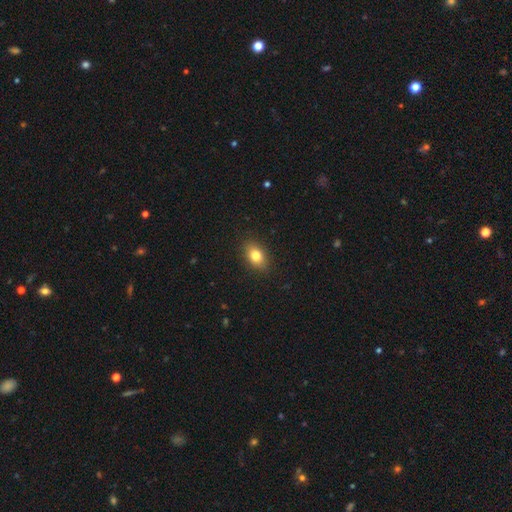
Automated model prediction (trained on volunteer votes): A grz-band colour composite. It shows a smooth galaxy with no disk features (80%) that is in between round and cigar-shaped (79%). Merging: none (88%).